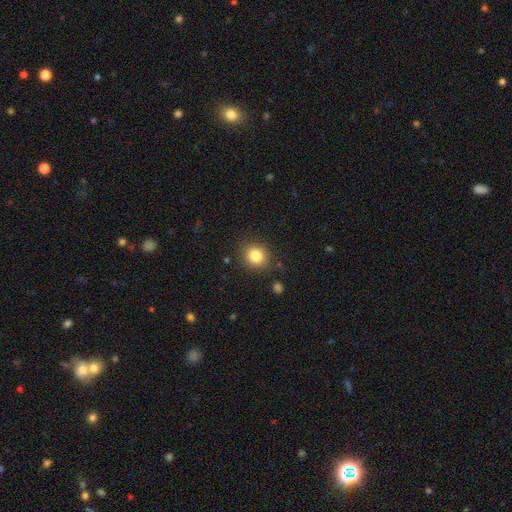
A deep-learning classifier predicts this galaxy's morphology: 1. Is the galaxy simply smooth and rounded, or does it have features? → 83% smooth, 11% star or artifact, 7% featured or disk.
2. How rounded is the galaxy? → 76% round, 23% in between, 1% cigar-shaped.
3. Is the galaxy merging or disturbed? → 85% none, 10% minor disturbance, 3% major disturbance, 2% merger.